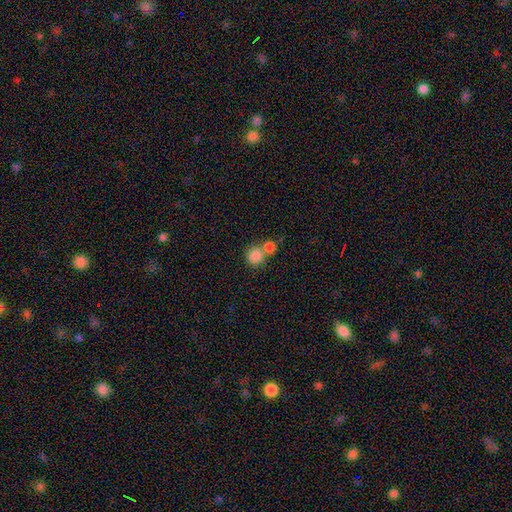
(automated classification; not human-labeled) A smooth galaxy with no disk features (83%) that is round (89%). Merging: none (47%).